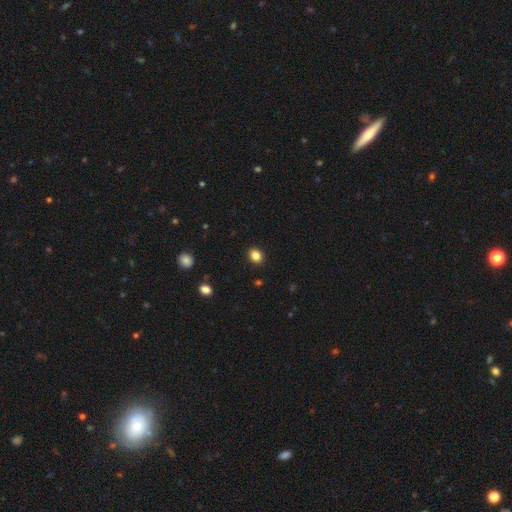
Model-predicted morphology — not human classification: Q: Smooth or featured?
A: smooth (85%); runner-up: star or artifact (11%)
Q: How rounded?
A: round (56%); runner-up: in between (43%)
Q: Merging?
A: none (91%); runner-up: minor disturbance (6%)